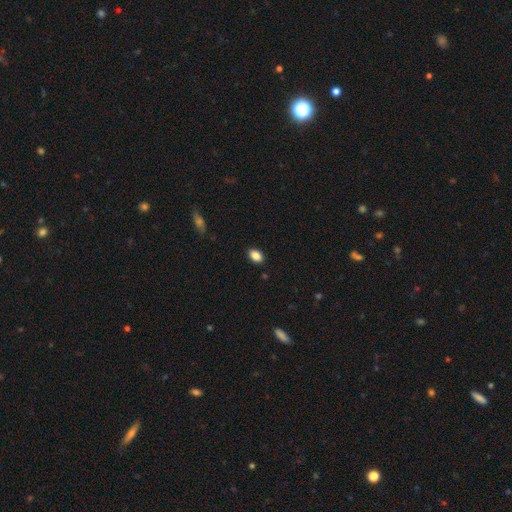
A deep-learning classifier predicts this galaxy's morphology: This is clearly a smooth galaxy (88%). How rounded: clearly in between (88%). Merging: clearly none (89%).